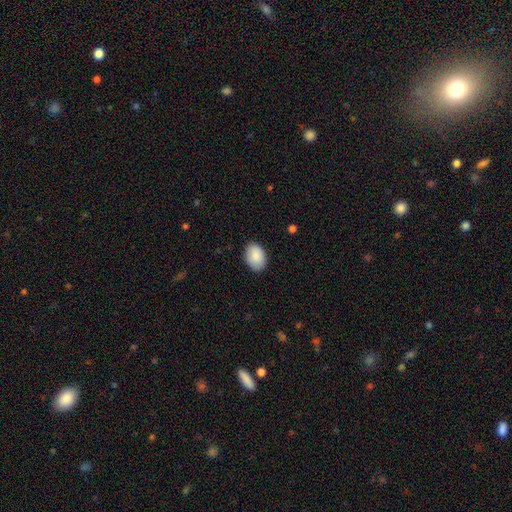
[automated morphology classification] Smooth or featured: smooth — 88% (star or artifact — 6%)
How rounded: in between — 83% (round — 16%)
Merging: none — 85% (minor disturbance — 12%)